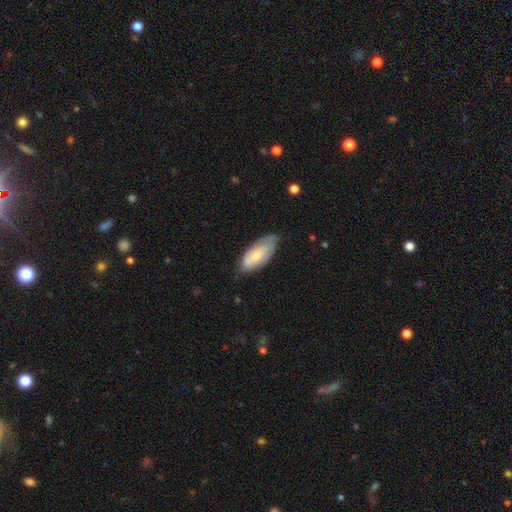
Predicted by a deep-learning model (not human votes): This is likely a smooth galaxy (61%). How rounded: clearly in between (86%). Merging: likely none (62%).